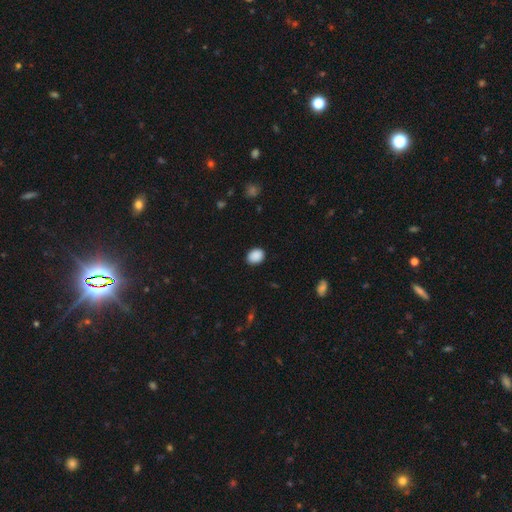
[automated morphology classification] Q: Smooth or featured?
A: smooth (89%); runner-up: star or artifact (8%)
Q: How rounded?
A: in between (59%); runner-up: round (41%)
Q: Merging?
A: none (88%); runner-up: minor disturbance (9%)